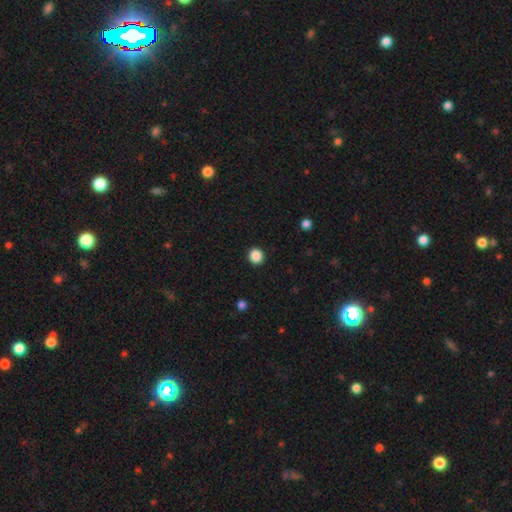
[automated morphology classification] smooth-or-featured: smooth: 88% | star or artifact: 10% | featured or disk: 2%
  how-rounded: round: 89% | in between: 10% | cigar-shaped: 1%
  merging: none: 92% | minor disturbance: 5% | major disturbance: 2% | merger: 1%